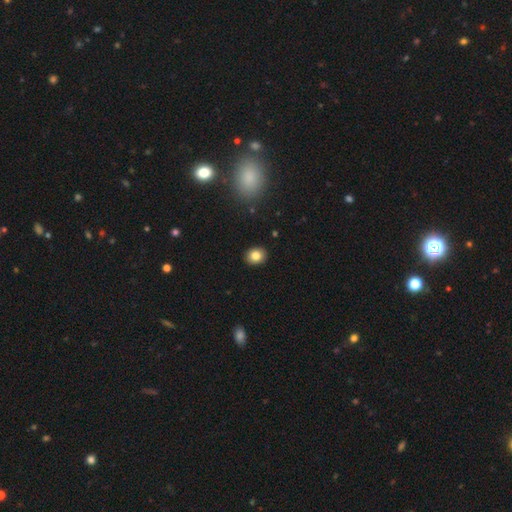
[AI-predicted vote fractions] Smooth or featured: smooth — 83% (star or artifact — 10%)
How rounded: round — 64% (in between — 35%)
Merging: none — 91% (minor disturbance — 7%)